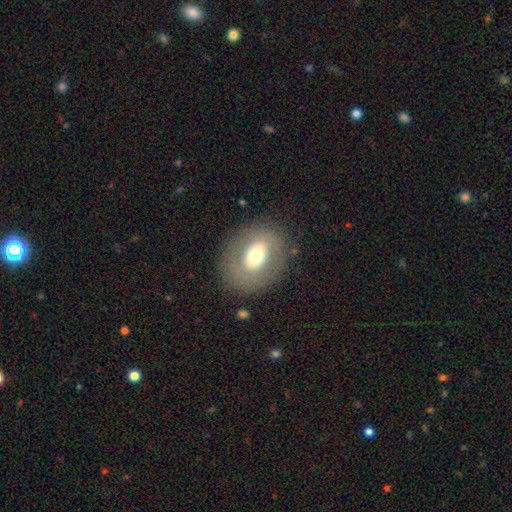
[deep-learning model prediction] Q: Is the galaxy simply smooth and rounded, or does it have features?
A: smooth — 57%.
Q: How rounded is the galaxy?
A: in between — 54%.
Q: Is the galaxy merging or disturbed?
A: none — 81%.